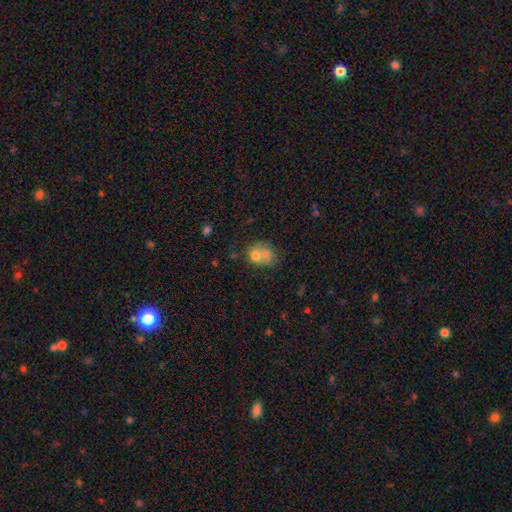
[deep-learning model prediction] A smooth galaxy with no disk features (69%) that is round (63%). Merging: merger (58%).